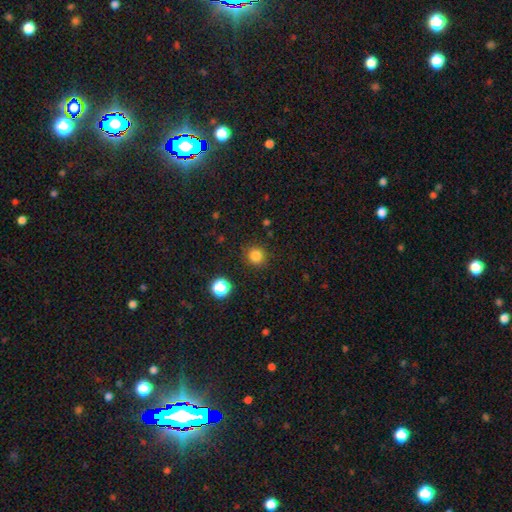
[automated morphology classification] A smooth galaxy with no disk features (82%) that is round (92%).

Vote fractions:
- Smooth or featured? smooth: 82% / star or artifact: 14% / featured or disk: 4%
- How rounded? round: 92% / in between: 7% / cigar-shaped: 1%
- Merging? none: 89% / minor disturbance: 7% / major disturbance: 3% / merger: 2%